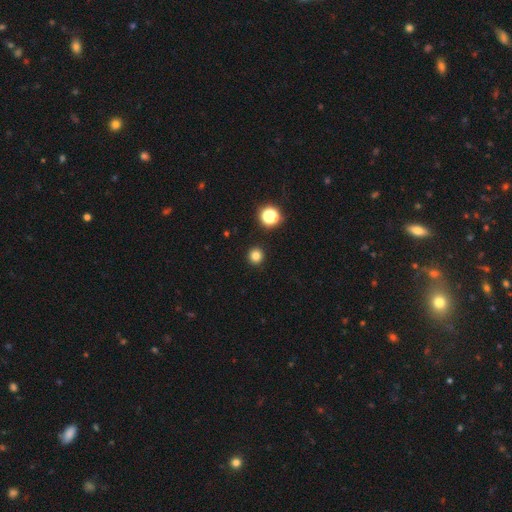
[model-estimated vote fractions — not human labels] Smooth or featured?
  - smooth: 81% *
  - star or artifact: 15%
  - featured or disk: 4%
How rounded?
  - round: 95% *
  - in between: 5%
  - cigar-shaped: 1%
Merging?
  - none: 92% *
  - minor disturbance: 4%
  - major disturbance: 2%
  - merger: 1%